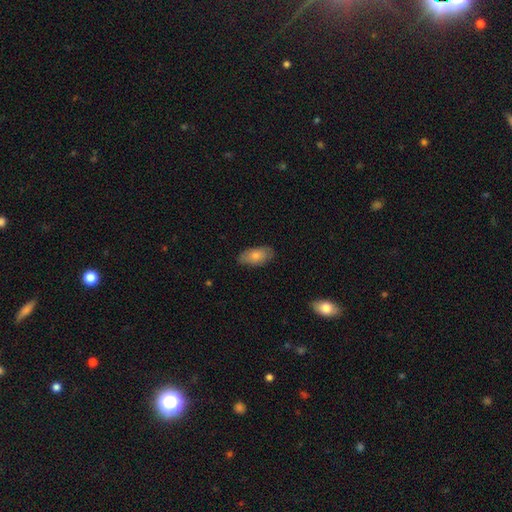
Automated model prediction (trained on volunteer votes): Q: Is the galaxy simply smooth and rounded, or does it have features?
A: smooth — 77%.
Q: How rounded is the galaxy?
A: in between — 93%.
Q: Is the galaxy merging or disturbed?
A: none — 82%.